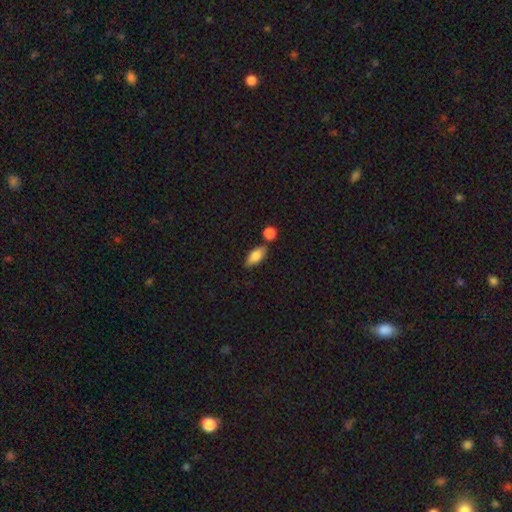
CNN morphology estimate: Overall: smooth (81%). How rounded: in between (84%). Merging: none (66%).